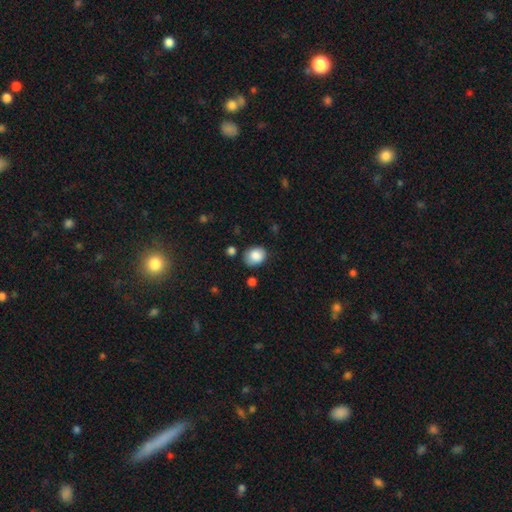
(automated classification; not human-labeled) The model was most divided on "how rounded": in between: 50%, round: 49%, cigar-shaped: 1%. More confident: smooth or featured — smooth (86%); merging — none (72%).